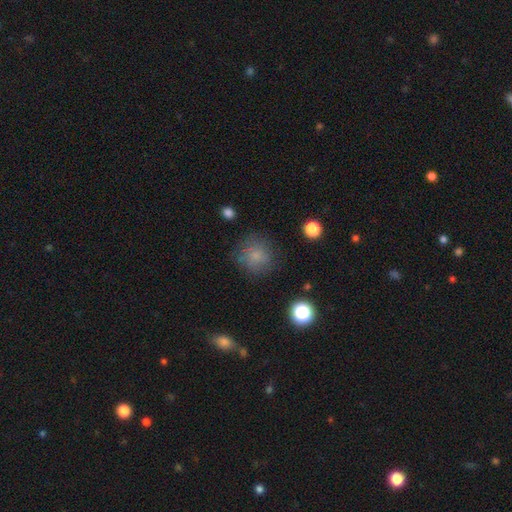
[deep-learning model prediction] smooth_or_featured: smooth (p=0.76) [alt: star or artifact p=0.14]
how_rounded: round (p=0.90) [alt: in between p=0.09]
merging: none (p=0.77) [alt: minor disturbance p=0.15]